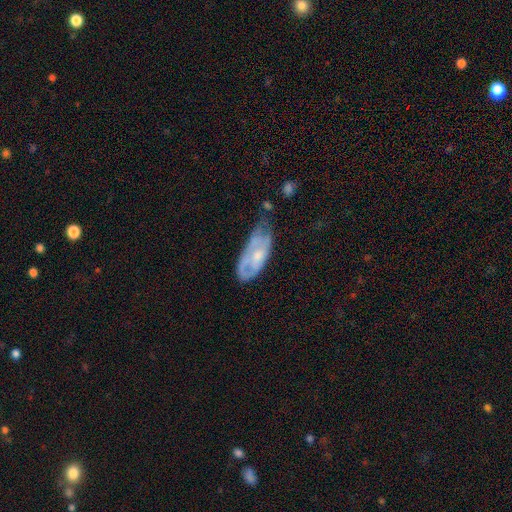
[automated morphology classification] smooth_or_featured: featured or disk (p=0.55) [alt: smooth p=0.39]
disk_edge_on: no (p=0.89) [alt: yes p=0.11]
merging: minor disturbance (p=0.39) [alt: none p=0.32]